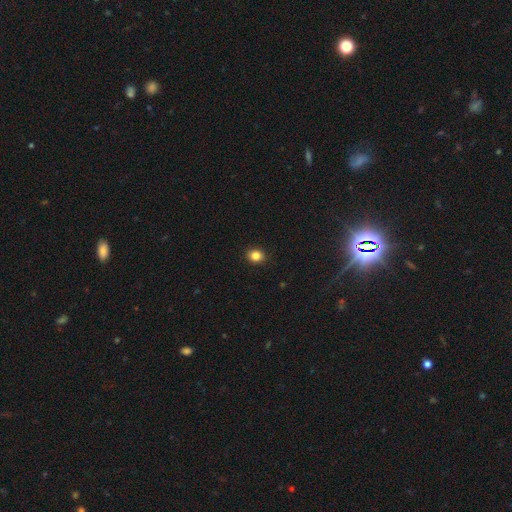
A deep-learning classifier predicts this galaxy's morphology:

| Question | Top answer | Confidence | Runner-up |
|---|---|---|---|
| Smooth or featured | smooth | 85% | star or artifact (11%) |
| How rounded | round | 64% | in between (35%) |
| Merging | none | 90% | minor disturbance (7%) |